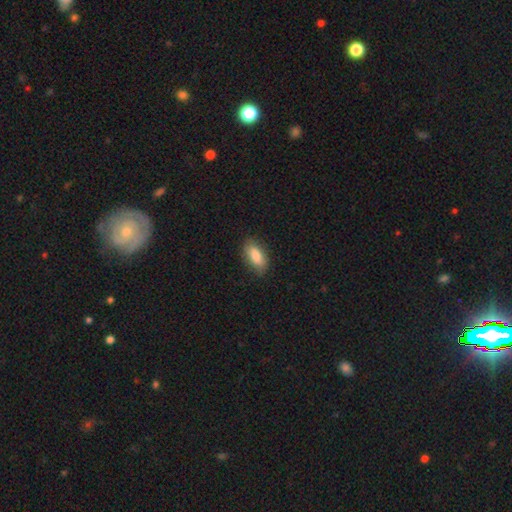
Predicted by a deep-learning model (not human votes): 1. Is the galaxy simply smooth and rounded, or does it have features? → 86% smooth, 7% featured or disk, 7% star or artifact.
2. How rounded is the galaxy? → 89% in between, 8% cigar-shaped, 3% round.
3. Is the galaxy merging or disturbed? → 84% none, 12% minor disturbance, 3% major disturbance, 1% merger.